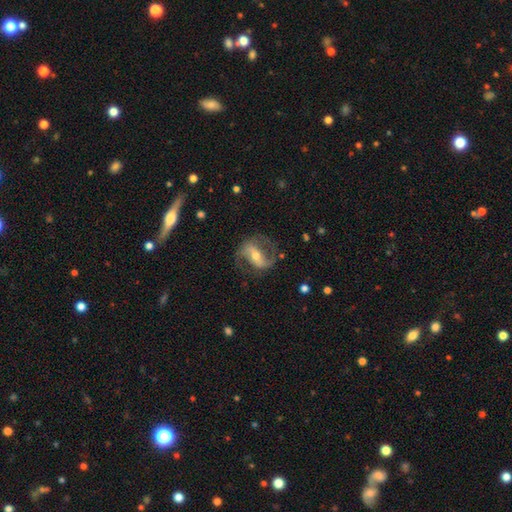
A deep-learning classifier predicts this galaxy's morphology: smooth-or-featured: featured or disk: 83% | smooth: 11% | star or artifact: 6%
  disk-edge-on: no: 95% | yes: 5%
    bar: strong: 51% | weak: 31% | no: 17%
    has-spiral-arms: yes: 93% | no: 7%
      spiral-winding: medium: 49% | loose: 35% | tight: 16%
      spiral-arm-count: 2: 89% | can't tell: 4% | 1: 3% | 3: 1% | 4: 1% | more than 4: 1%
    bulge-size: moderate: 54% | small: 40% | large: 4% | none: 1% | dominant: 1%
  merging: none: 73% | minor disturbance: 15% | major disturbance: 11% | merger: 2%